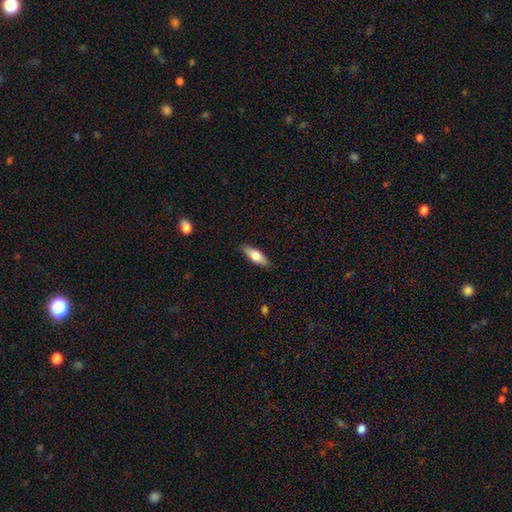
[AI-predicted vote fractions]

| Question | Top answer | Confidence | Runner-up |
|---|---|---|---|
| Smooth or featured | smooth | 71% | featured or disk (23%) |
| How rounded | in between | 61% | cigar-shaped (37%) |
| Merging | none | 86% | minor disturbance (11%) |